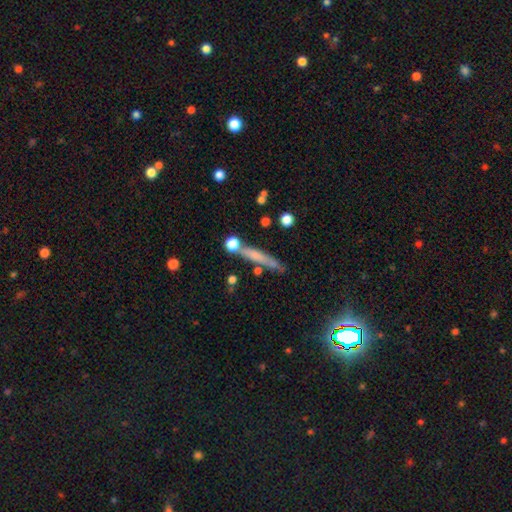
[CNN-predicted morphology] smooth_or_featured: smooth (p=0.53) [alt: featured or disk p=0.36]
how_rounded: cigar-shaped (p=0.89) [alt: in between p=0.07]
merging: none (p=0.72) [alt: minor disturbance p=0.14]